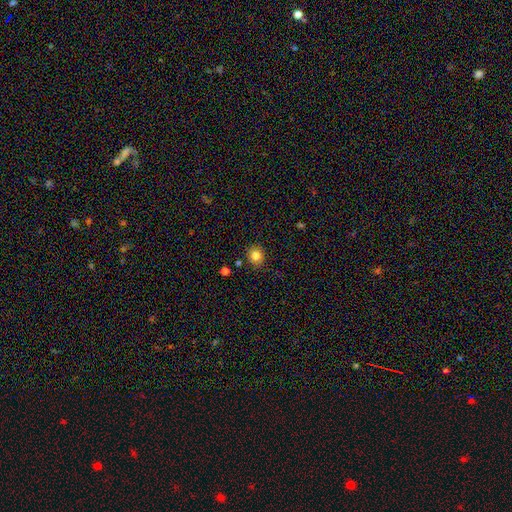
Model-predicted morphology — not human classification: smooth_or_featured: smooth (p=0.82) [alt: star or artifact p=0.12]
how_rounded: round (p=0.80) [alt: in between p=0.19]
merging: none (p=0.87) [alt: minor disturbance p=0.09]